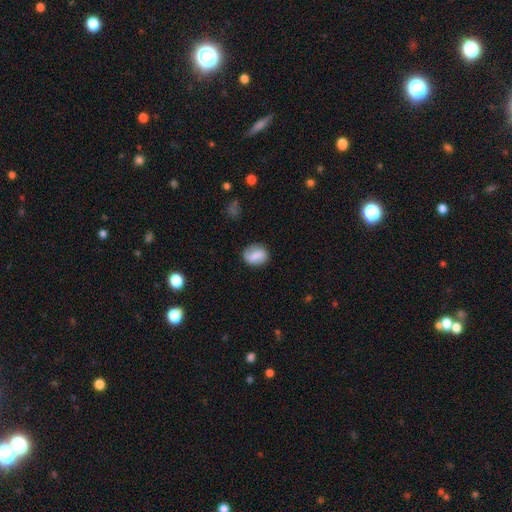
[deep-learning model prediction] Morphology: type=smooth (70%); roundness=in between (52%); merging=none (75%).